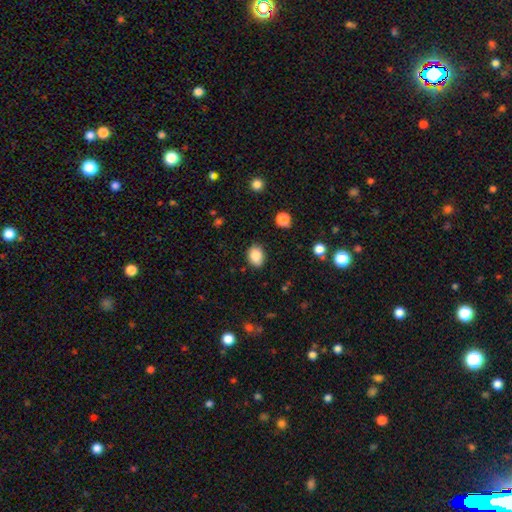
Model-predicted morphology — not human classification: This appears to be a smooth galaxy with no disk features (87%) that is in between round and cigar-shaped (66%). Merging: none (83%).